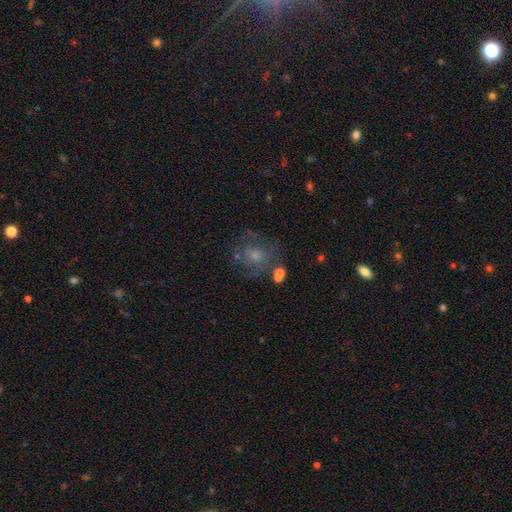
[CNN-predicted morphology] smooth-or-featured: featured or disk: 49% | smooth: 36% | star or artifact: 15%
  merging: none: 59% | minor disturbance: 19% | major disturbance: 16% | merger: 6%